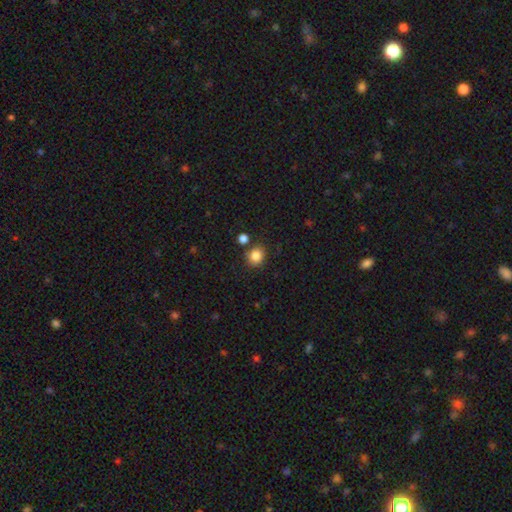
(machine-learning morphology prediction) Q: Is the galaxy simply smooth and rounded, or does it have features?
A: smooth — 84%.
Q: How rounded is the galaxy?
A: round — 76%.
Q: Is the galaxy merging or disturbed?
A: none — 78%.